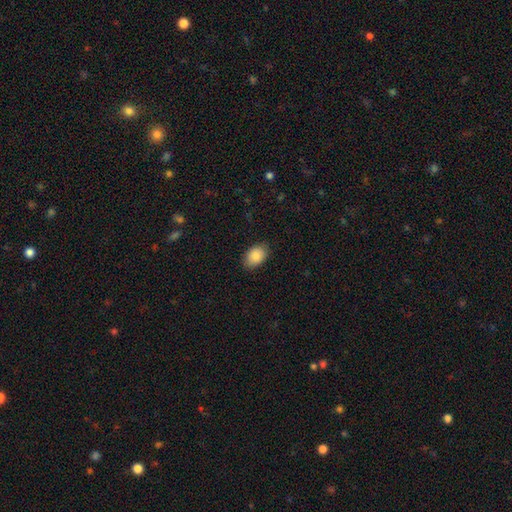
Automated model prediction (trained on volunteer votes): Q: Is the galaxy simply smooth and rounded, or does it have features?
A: smooth — 87%.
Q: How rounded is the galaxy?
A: in between — 86%.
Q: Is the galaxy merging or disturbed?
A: none — 86%.